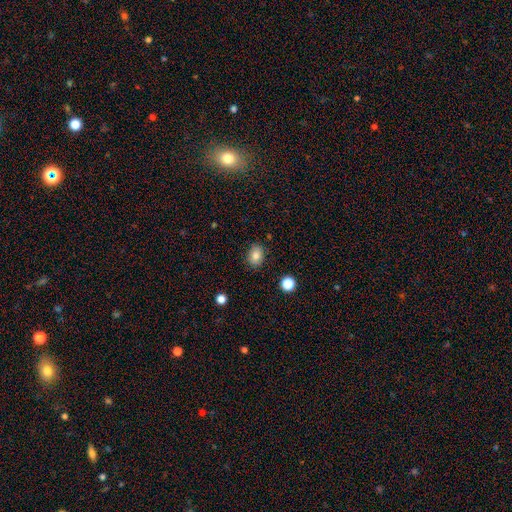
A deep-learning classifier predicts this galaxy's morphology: Smooth or featured? smooth (82%)
How rounded? in between (64%)
Merging? none (86%)